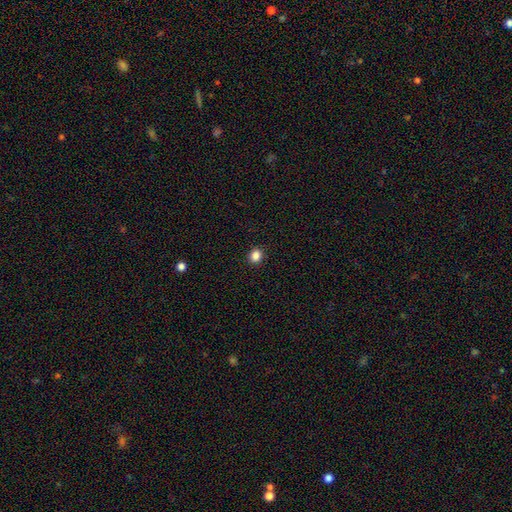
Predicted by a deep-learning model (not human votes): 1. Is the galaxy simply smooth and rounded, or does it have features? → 85% smooth, 11% star or artifact, 3% featured or disk.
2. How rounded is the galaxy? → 76% round, 23% in between, 1% cigar-shaped.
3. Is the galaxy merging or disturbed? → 92% none, 6% minor disturbance, 2% major disturbance, 1% merger.